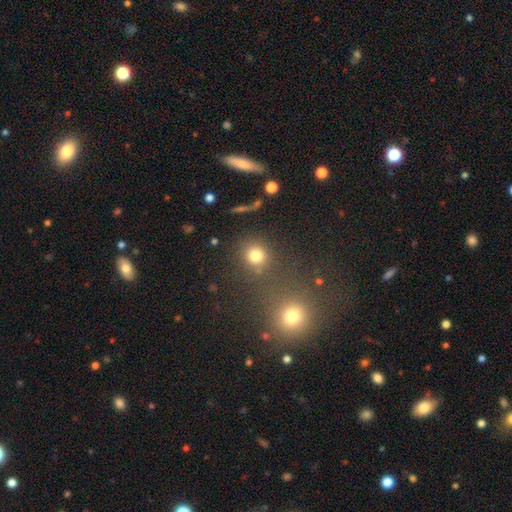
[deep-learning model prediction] smooth-or-featured: smooth: 78% | star or artifact: 15% | featured or disk: 7%
  how-rounded: round: 87% | in between: 11% | cigar-shaped: 1%
  merging: none: 76% | merger: 10% | minor disturbance: 9% | major disturbance: 5%